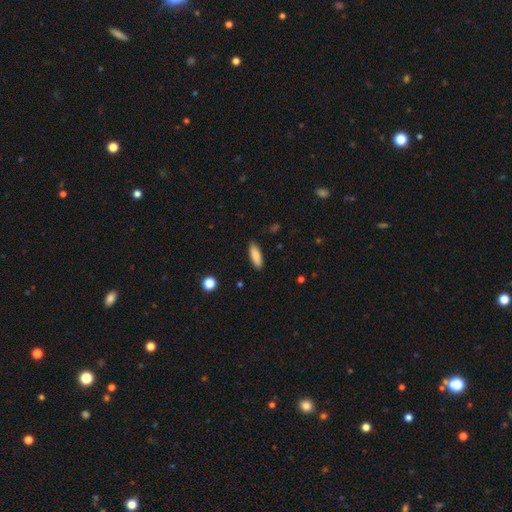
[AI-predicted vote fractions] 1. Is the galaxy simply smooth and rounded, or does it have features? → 86% smooth, 8% featured or disk, 6% star or artifact.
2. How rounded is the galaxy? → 56% in between, 42% cigar-shaped, 2% round.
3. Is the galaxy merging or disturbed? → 88% none, 9% minor disturbance, 2% major disturbance, 1% merger.